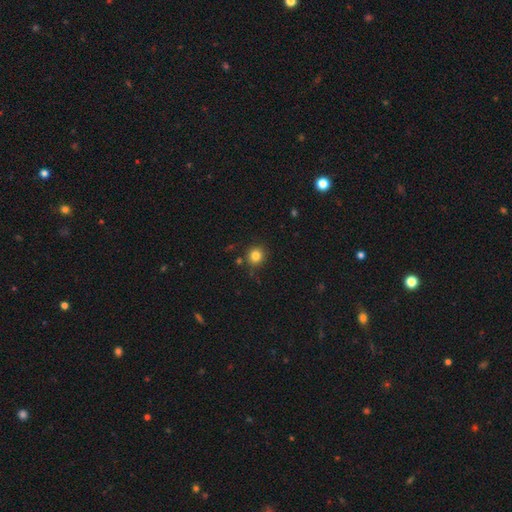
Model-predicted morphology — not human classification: Overall: smooth (82%). How rounded: round (90%). Merging: none (85%).